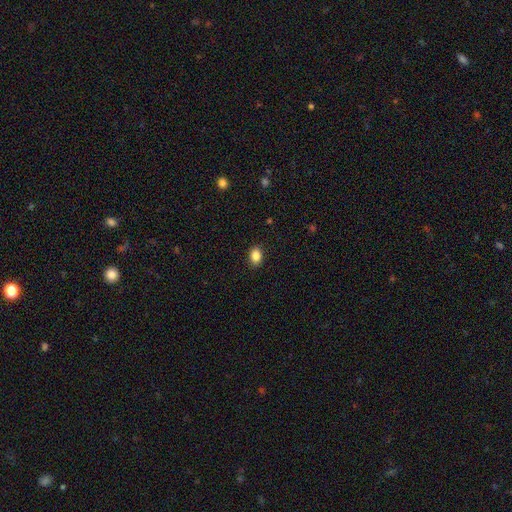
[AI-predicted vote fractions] Overall: smooth (87%). How rounded: in between (73%). Merging: none (90%).